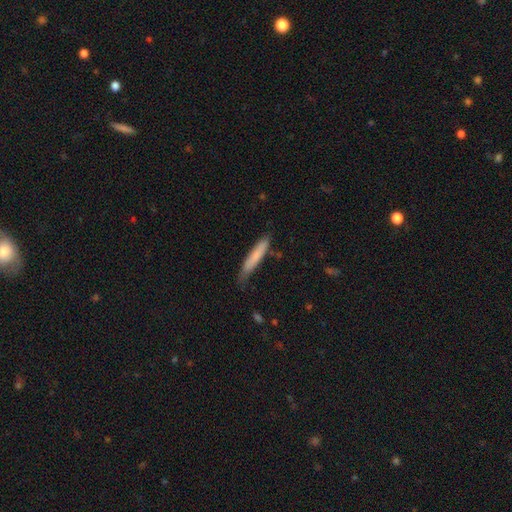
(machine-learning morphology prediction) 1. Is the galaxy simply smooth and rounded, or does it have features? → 74% smooth, 20% featured or disk, 6% star or artifact.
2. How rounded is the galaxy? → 93% cigar-shaped, 6% in between, 1% round.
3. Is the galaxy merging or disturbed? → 69% none, 25% minor disturbance, 4% major disturbance, 2% merger.